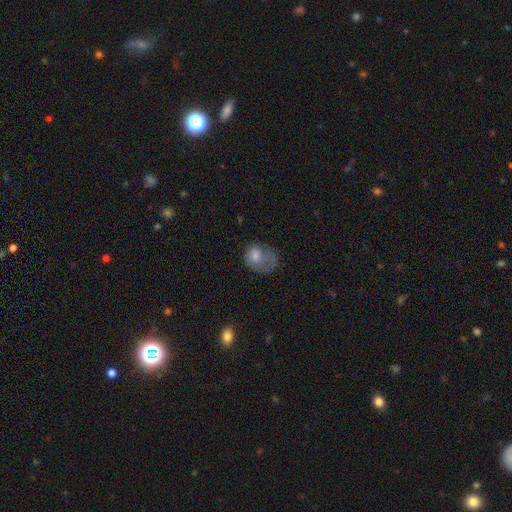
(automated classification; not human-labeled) A smooth galaxy with no disk features (58%) that is in between round and cigar-shaped (53%). Merging: major disturbance (45%).